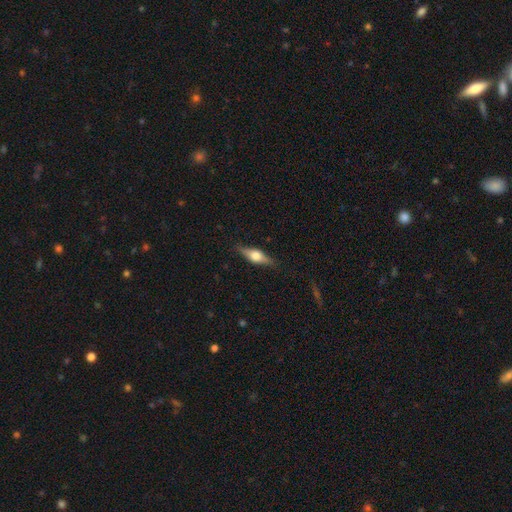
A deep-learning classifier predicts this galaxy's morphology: smooth-or-featured: featured or disk: 60% | smooth: 33% | star or artifact: 7%
  disk-edge-on: yes: 95% | no: 5%
    edge-on-bulge: rounded: 93% | boxy: 6% | none: 1%
  merging: none: 85% | minor disturbance: 11% | major disturbance: 3% | merger: 1%